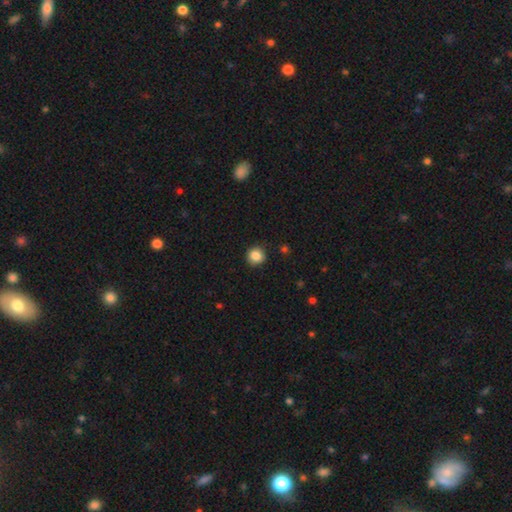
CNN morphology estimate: The model was most divided on "smooth or featured": smooth: 86%, star or artifact: 10%, featured or disk: 4%. More confident: how rounded — round (92%); merging — none (88%).